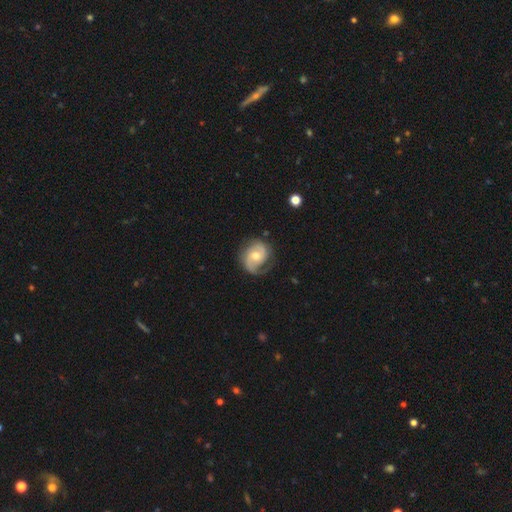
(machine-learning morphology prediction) A featured or disk galaxy (77%) with no bar (59%), 2 (71%) medium (43%) spiral arms (93%) and a moderate central bulge (64%). Merging: none (67%).